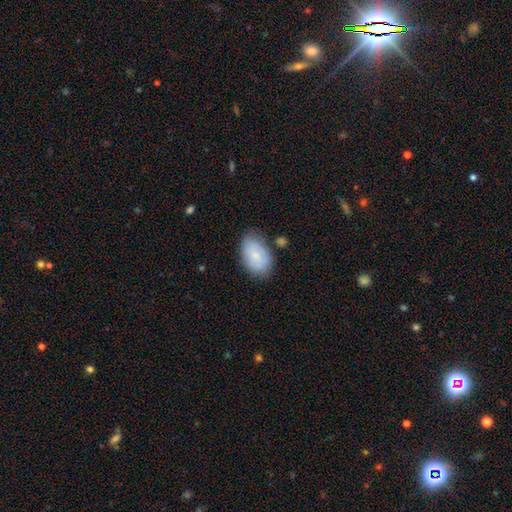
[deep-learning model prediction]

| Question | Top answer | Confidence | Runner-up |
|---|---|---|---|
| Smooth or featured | smooth | 75% | featured or disk (18%) |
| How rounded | in between | 92% | round (7%) |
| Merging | none | 69% | minor disturbance (22%) |